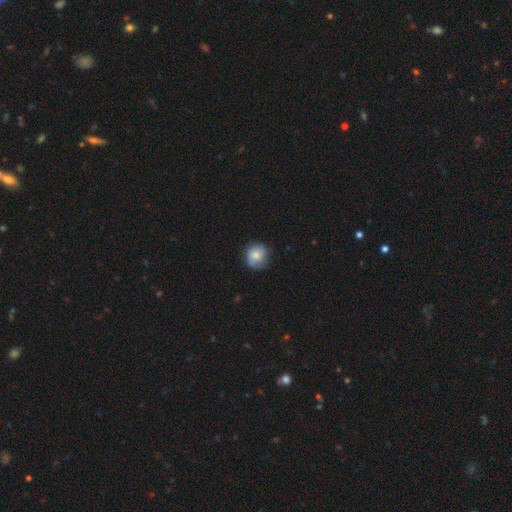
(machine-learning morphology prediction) smooth-or-featured: smooth: 78% | featured or disk: 14% | star or artifact: 8%
  how-rounded: round: 88% | in between: 11% | cigar-shaped: 1%
  merging: none: 76% | minor disturbance: 19% | major disturbance: 4% | merger: 1%